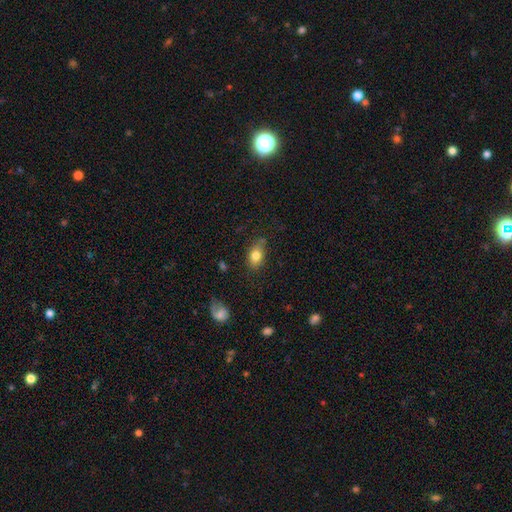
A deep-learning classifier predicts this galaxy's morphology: A smooth galaxy with no disk features (81%) that is in between round and cigar-shaped (82%).

Vote fractions:
- Smooth or featured? smooth: 81% / featured or disk: 11% / star or artifact: 9%
- How rounded? in between: 82% / round: 16% / cigar-shaped: 2%
- Merging? none: 69% / minor disturbance: 23% / major disturbance: 5% / merger: 3%